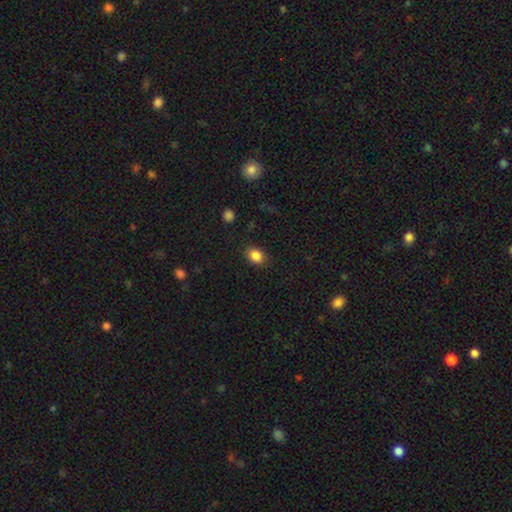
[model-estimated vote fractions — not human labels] smooth_or_featured: smooth (p=0.86) [alt: star or artifact p=0.10]
how_rounded: in between (p=0.62) [alt: round p=0.36]
merging: none (p=0.85) [alt: minor disturbance p=0.11]